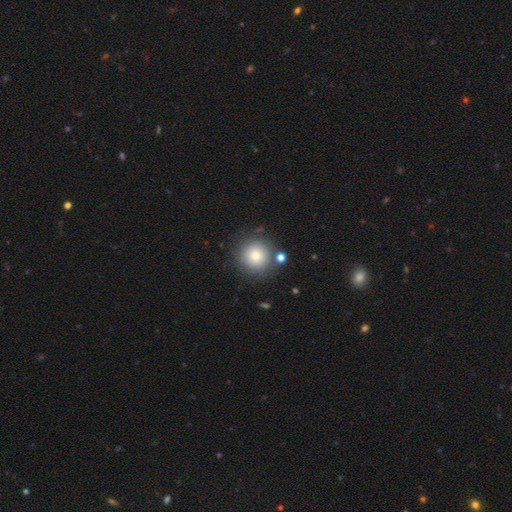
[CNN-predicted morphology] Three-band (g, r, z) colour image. It shows a smooth galaxy with no disk features (80%) that is round (94%). Merging: none (82%).